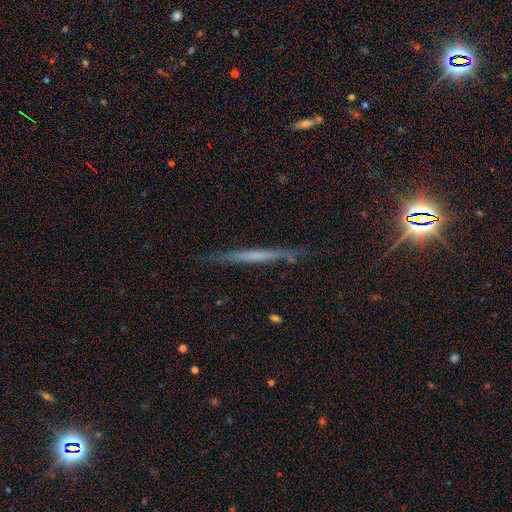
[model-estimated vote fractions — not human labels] Smooth or featured? Predicted: featured or disk (p=0.53). Edge-on disk? Predicted: yes (p=0.95). Edge-on bulge? Predicted: none (p=0.83). Merging? Predicted: none (p=0.84).